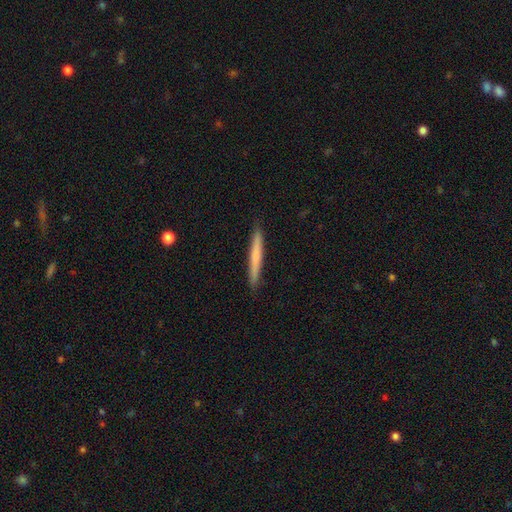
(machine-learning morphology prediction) Smooth or featured: smooth — 65% (featured or disk — 29%)
How rounded: cigar-shaped — 97% (in between — 2%)
Merging: none — 91% (minor disturbance — 7%)